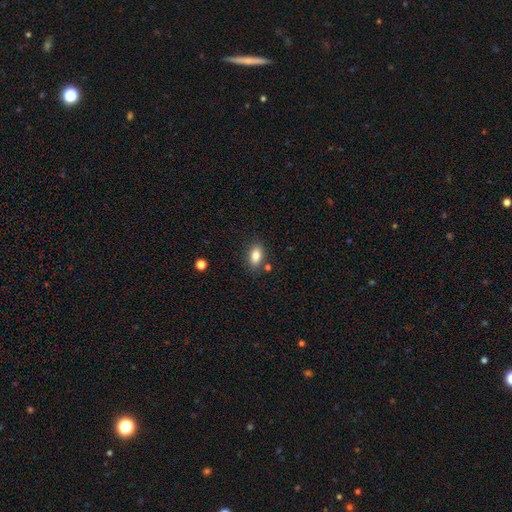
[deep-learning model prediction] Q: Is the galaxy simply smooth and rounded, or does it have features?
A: smooth — 84%.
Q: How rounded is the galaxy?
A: in between — 88%.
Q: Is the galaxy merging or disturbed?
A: none — 80%.